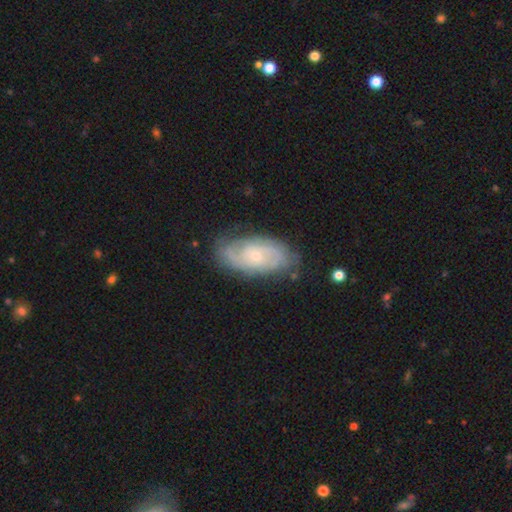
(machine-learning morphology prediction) smooth-or-featured: featured or disk: 81% | smooth: 13% | star or artifact: 5%
  disk-edge-on: no: 95% | yes: 5%
    bar: no: 70% | weak: 26% | strong: 4%
    has-spiral-arms: yes: 94% | no: 6%
      spiral-winding: tight: 61% | medium: 31% | loose: 8%
      spiral-arm-count: 2: 45% | can't tell: 28% | 3: 14% | 4: 5% | 1: 4% | more than 4: 3%
    bulge-size: small: 66% | moderate: 31% | none: 1% | large: 1% | dominant: 1%
  merging: none: 75% | minor disturbance: 18% | major disturbance: 5% | merger: 2%